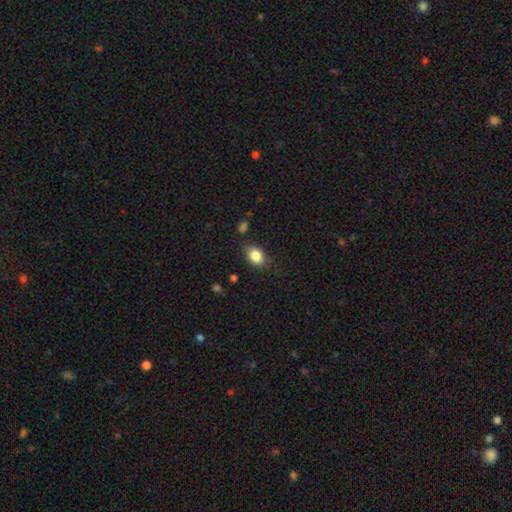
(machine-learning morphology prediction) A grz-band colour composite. It shows a smooth galaxy with no disk features (85%) that is in between round and cigar-shaped (76%). Merging: none (77%).